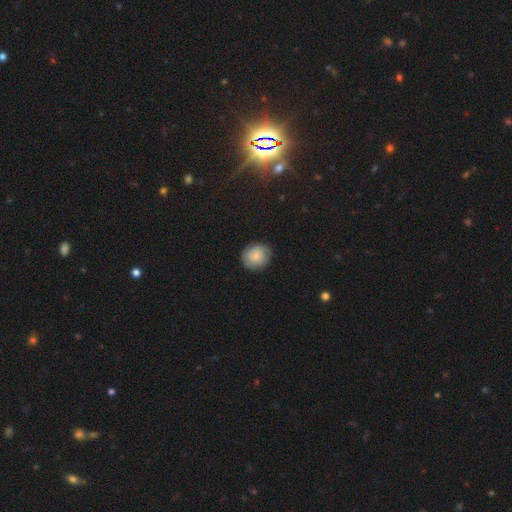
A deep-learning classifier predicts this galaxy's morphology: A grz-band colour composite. It shows a smooth galaxy with no disk features (76%) that is round (77%). Merging: none (81%).